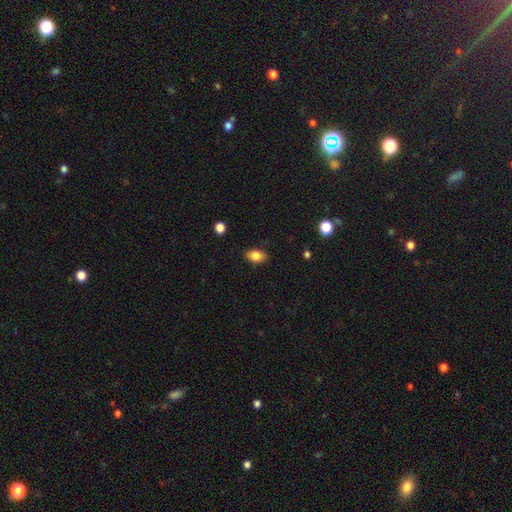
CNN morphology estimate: smooth-or-featured: smooth: 84% | star or artifact: 9% | featured or disk: 8%
  how-rounded: in between: 86% | round: 12% | cigar-shaped: 2%
  merging: none: 86% | minor disturbance: 11% | major disturbance: 2% | merger: 1%